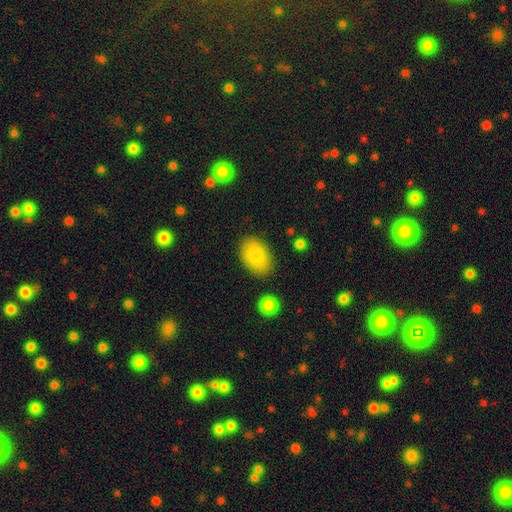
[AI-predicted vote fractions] This is clearly a smooth galaxy (87%). How rounded: clearly in between (87%). Merging: clearly none (83%).